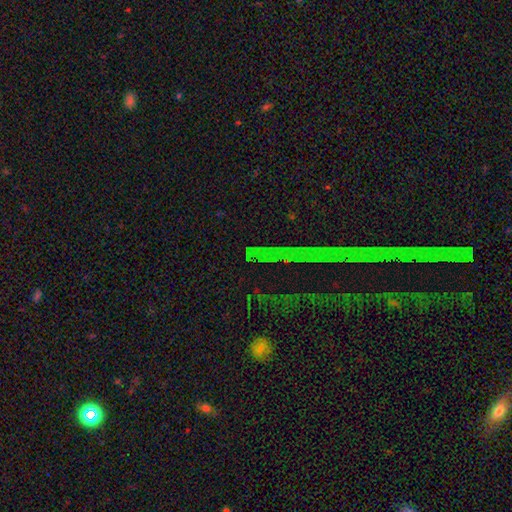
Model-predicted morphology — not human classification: The model was most divided on "smooth or featured": star or artifact: 70%, smooth: 17%, featured or disk: 13%.